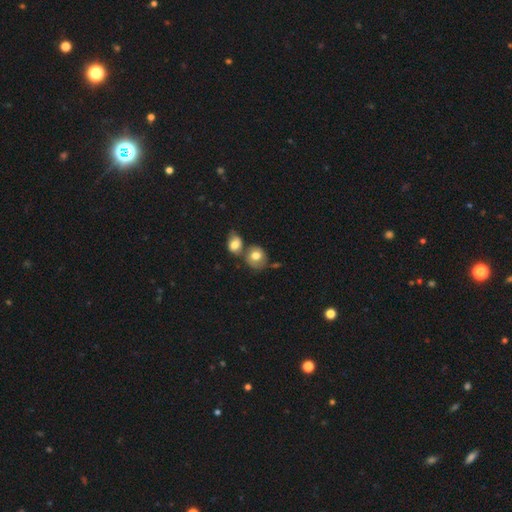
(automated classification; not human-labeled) This is likely a smooth galaxy (73%). How rounded: likely round (68%). Merging: marginally merger (42%).